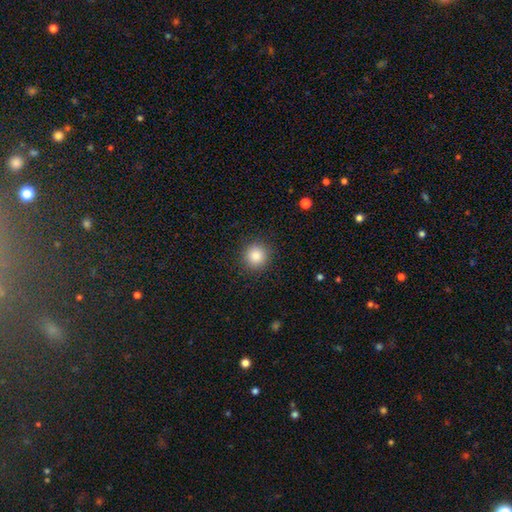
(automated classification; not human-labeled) Q: Smooth or featured?
A: smooth (86%); runner-up: star or artifact (10%)
Q: How rounded?
A: round (93%); runner-up: in between (6%)
Q: Merging?
A: none (90%); runner-up: minor disturbance (6%)